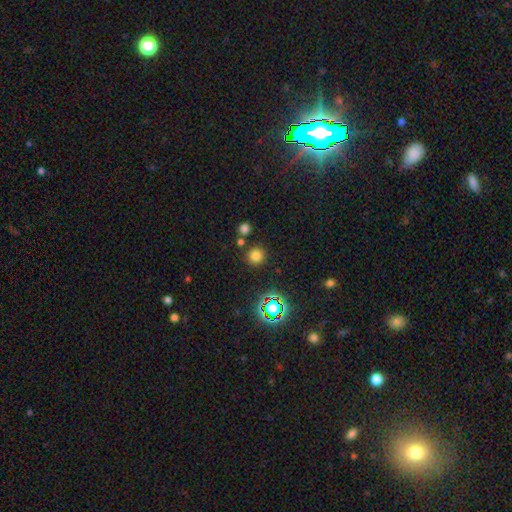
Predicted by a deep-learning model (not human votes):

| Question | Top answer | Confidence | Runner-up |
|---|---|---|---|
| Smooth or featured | smooth | 73% | star or artifact (21%) |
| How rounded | round | 93% | in between (6%) |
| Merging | none | 82% | merger (8%) |